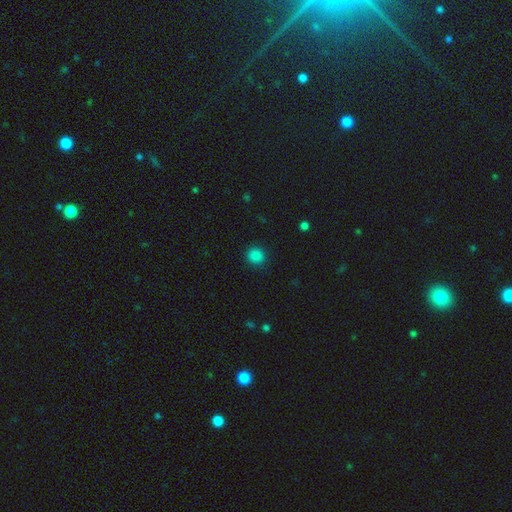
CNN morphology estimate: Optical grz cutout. It shows a smooth galaxy with no disk features (86%) that is round (88%). Merging: none (90%).